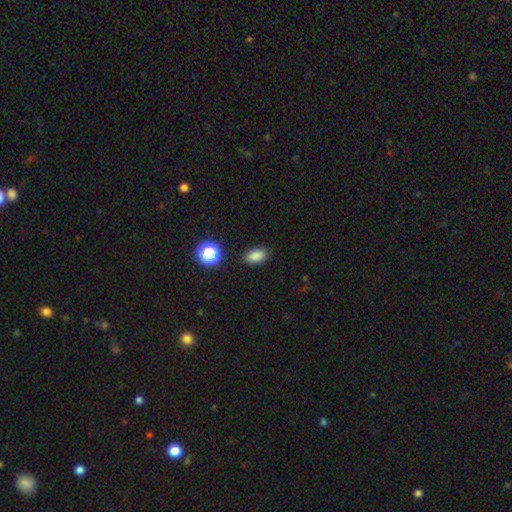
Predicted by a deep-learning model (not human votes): Smooth or featured?
  - smooth: 84% *
  - star or artifact: 12%
  - featured or disk: 4%
How rounded?
  - in between: 87% *
  - round: 10%
  - cigar-shaped: 2%
Merging?
  - none: 87% *
  - minor disturbance: 9%
  - major disturbance: 2%
  - merger: 2%